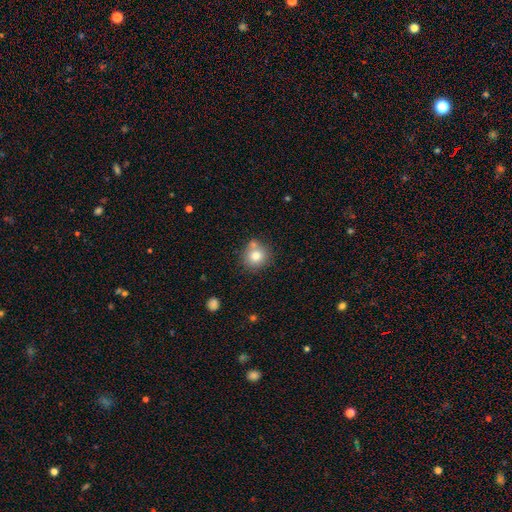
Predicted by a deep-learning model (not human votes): smooth-or-featured: smooth: 78% | featured or disk: 12% | star or artifact: 10%
  how-rounded: round: 87% | in between: 12% | cigar-shaped: 1%
  merging: none: 64% | merger: 21% | minor disturbance: 12% | major disturbance: 3%